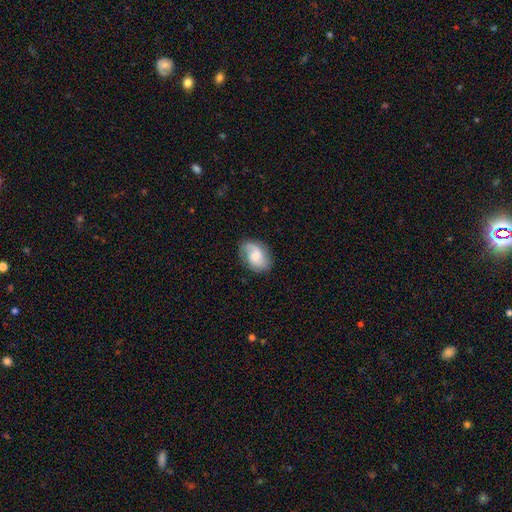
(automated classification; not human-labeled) Morphology: type=featured or disk (57%); edge-on=no (97%); bar=no (55%); spiral arms=yes (91%); winding=medium (41%); arm count=2 (67%); bulge=moderate (38%); merging=none (74%).